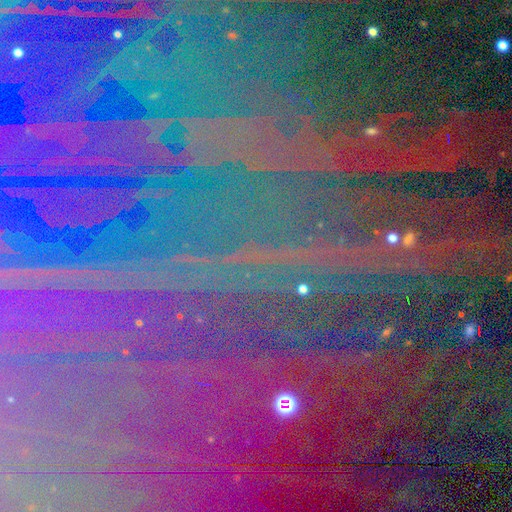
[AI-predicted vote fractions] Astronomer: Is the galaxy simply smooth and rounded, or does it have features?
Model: star or artifact — 89%.